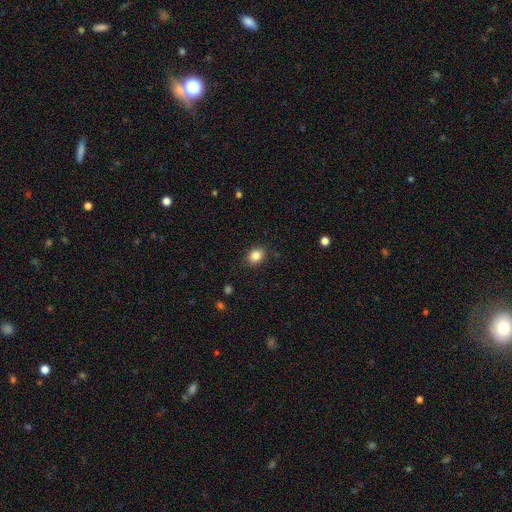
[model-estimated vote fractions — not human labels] The model was most divided on "how rounded": in between: 54%, round: 45%, cigar-shaped: 1%. More confident: merging — none (87%); smooth or featured — smooth (85%).